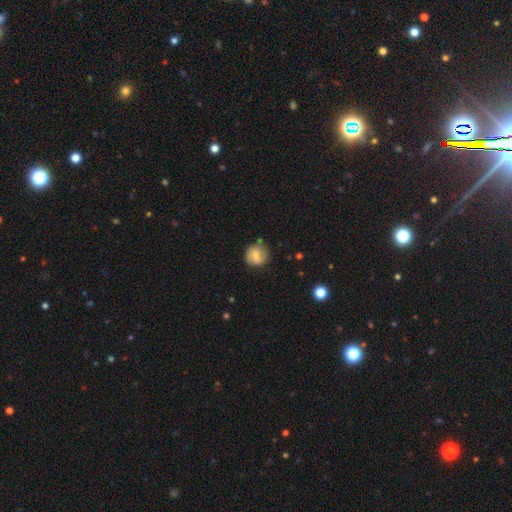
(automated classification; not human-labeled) smooth-or-featured: smooth: 68% | featured or disk: 24% | star or artifact: 8%
  how-rounded: round: 86% | in between: 13% | cigar-shaped: 1%
  merging: none: 72% | minor disturbance: 20% | major disturbance: 5% | merger: 4%